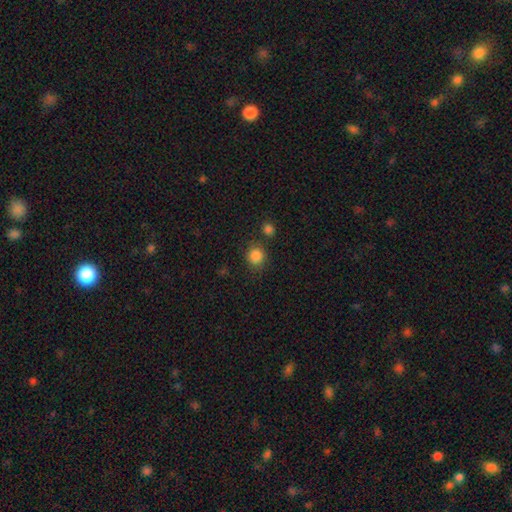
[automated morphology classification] This is clearly a smooth galaxy (85%). How rounded: clearly round (88%). Merging: likely none (79%).